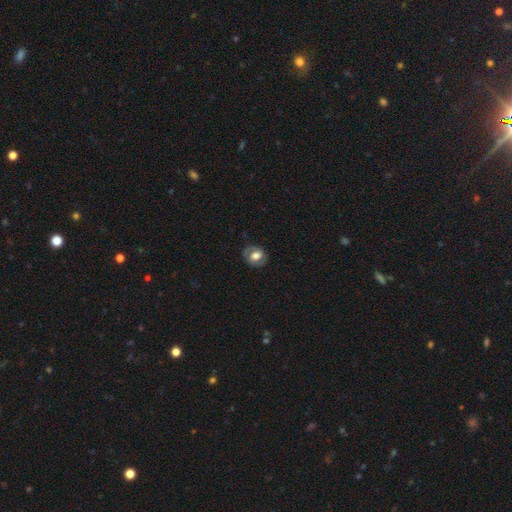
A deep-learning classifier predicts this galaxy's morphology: Smooth or featured?
  - smooth: 47% *
  - featured or disk: 45%
  - star or artifact: 8%
Merging?
  - none: 77% *
  - minor disturbance: 16%
  - major disturbance: 6%
  - merger: 1%